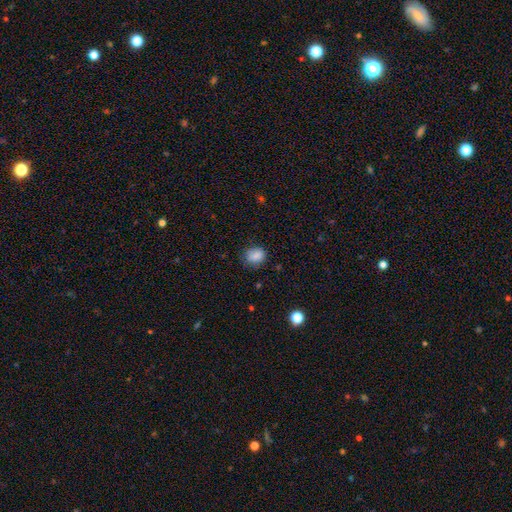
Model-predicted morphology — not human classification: Q: Smooth or featured?
A: smooth (85%); runner-up: star or artifact (10%)
Q: How rounded?
A: in between (50%); runner-up: round (49%)
Q: Merging?
A: none (69%); runner-up: minor disturbance (23%)